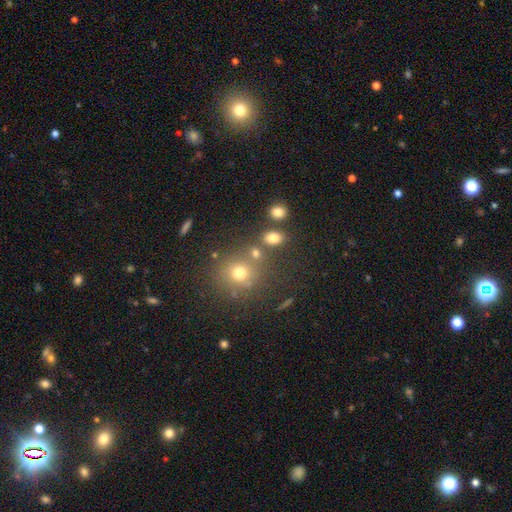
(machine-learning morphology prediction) Smooth or featured?
  - smooth: 50% *
  - star or artifact: 41%
  - featured or disk: 9%
How rounded?
  - round: 88% *
  - in between: 11%
  - cigar-shaped: 1%
Merging?
  - none: 70% *
  - merger: 17%
  - minor disturbance: 8%
  - major disturbance: 4%